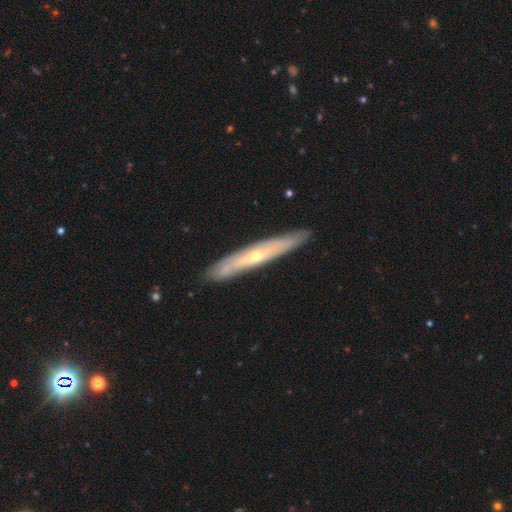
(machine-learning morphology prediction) Smooth or featured: featured or disk — 71% (smooth — 23%)
Edge-on disk: yes — 77% (no — 23%)
Edge-on bulge: rounded — 71% (none — 27%)
Merging: none — 87% (minor disturbance — 10%)